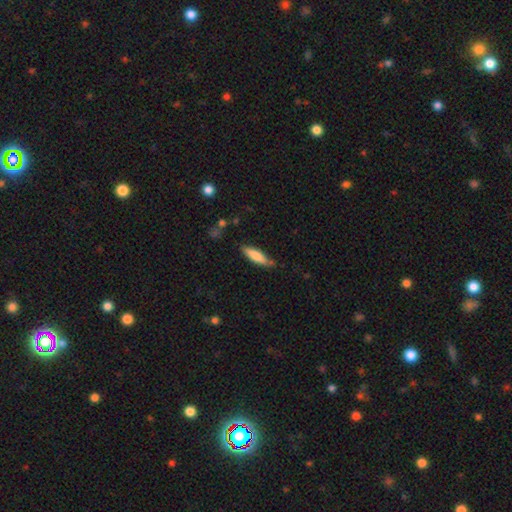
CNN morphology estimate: Smooth or featured? smooth (76%)
How rounded? cigar-shaped (68%)
Merging? none (74%)